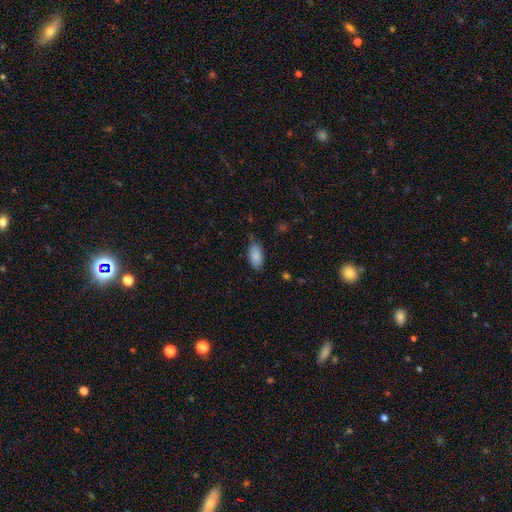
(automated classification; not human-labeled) The model was most divided on "merging": none: 73%, minor disturbance: 22%, major disturbance: 4%, merger: 1%. More confident: how rounded — in between (93%); smooth or featured — smooth (88%).